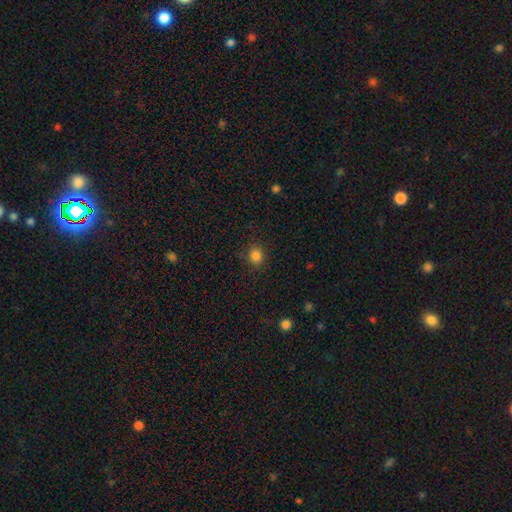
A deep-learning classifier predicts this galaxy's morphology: smooth 84%, star or artifact 12%, featured or disk 4%. Down the decision tree: how rounded — round (84%); merging — none (88%).